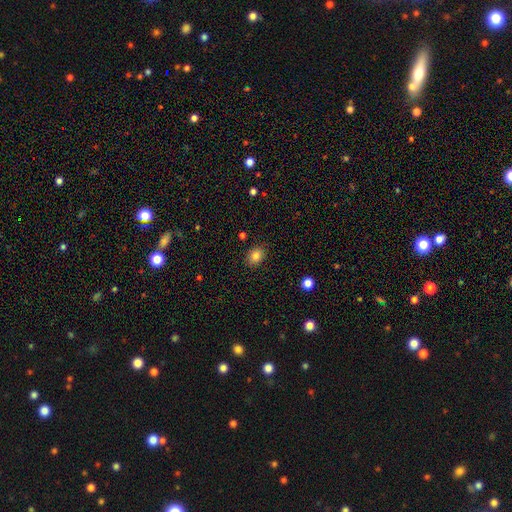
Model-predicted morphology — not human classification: A smooth galaxy with no disk features (84%) that is in between round and cigar-shaped (61%). Merging: none (87%).